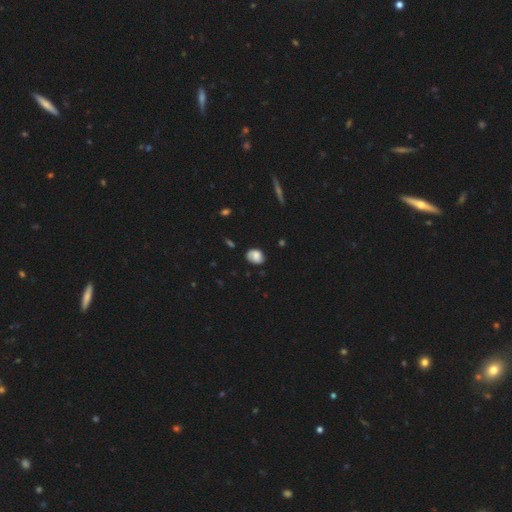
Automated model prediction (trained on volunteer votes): A smooth galaxy with no disk features (69%) that is in between round and cigar-shaped (57%). Merging: none (68%).